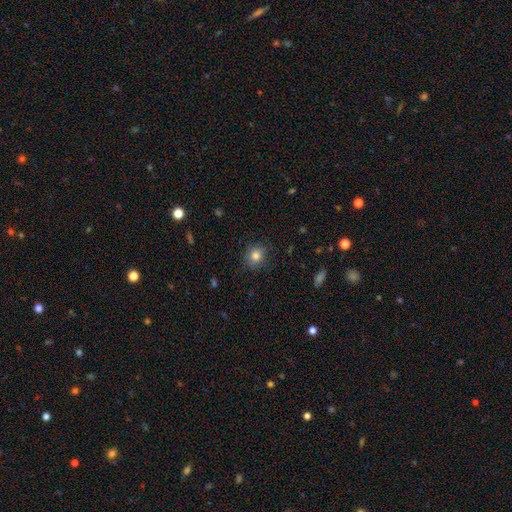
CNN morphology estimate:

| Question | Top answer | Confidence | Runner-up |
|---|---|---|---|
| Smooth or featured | smooth | 81% | star or artifact (12%) |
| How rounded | round | 79% | in between (20%) |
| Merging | none | 85% | minor disturbance (11%) |